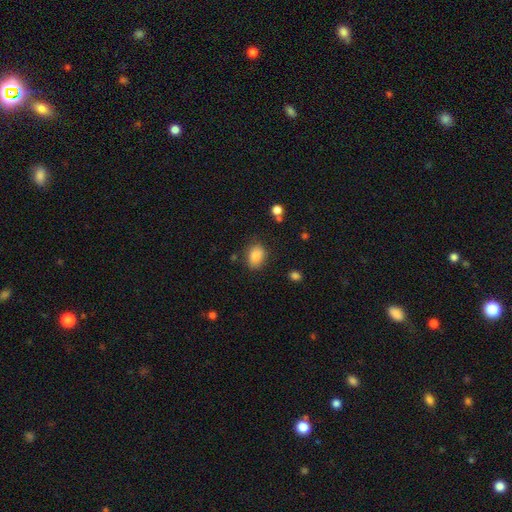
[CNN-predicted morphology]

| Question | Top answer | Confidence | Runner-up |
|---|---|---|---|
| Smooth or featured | smooth | 86% | star or artifact (9%) |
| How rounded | in between | 75% | round (24%) |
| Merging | none | 78% | minor disturbance (15%) |